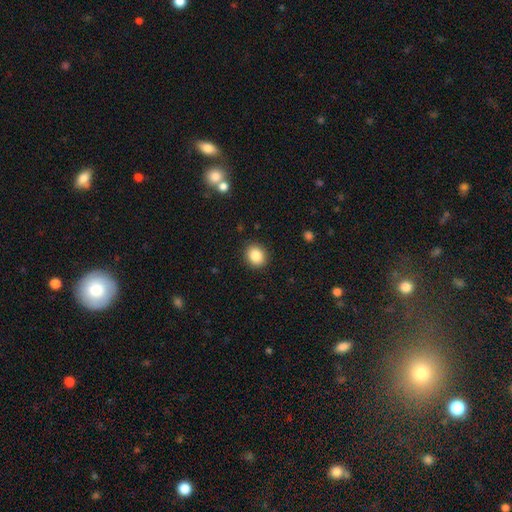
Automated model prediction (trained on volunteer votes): Smooth or featured? Predicted: smooth (p=0.86). How rounded? Predicted: round (p=0.69). Merging? Predicted: none (p=0.90).